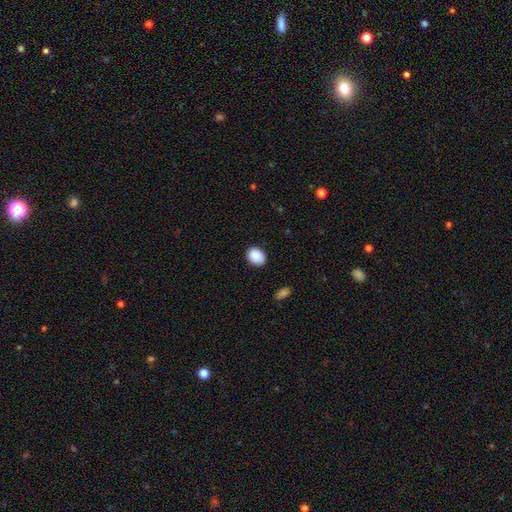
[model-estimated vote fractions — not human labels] Q: Smooth or featured?
A: smooth (89%); runner-up: star or artifact (7%)
Q: How rounded?
A: in between (62%); runner-up: round (37%)
Q: Merging?
A: none (81%); runner-up: minor disturbance (15%)